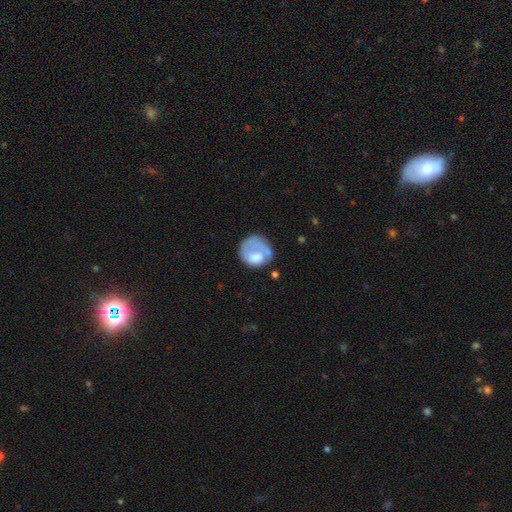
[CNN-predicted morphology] smooth-or-featured: smooth: 52% | featured or disk: 42% | star or artifact: 6%
  how-rounded: round: 74% | in between: 25% | cigar-shaped: 1%
  merging: none: 47% | major disturbance: 26% | minor disturbance: 21% | merger: 5%